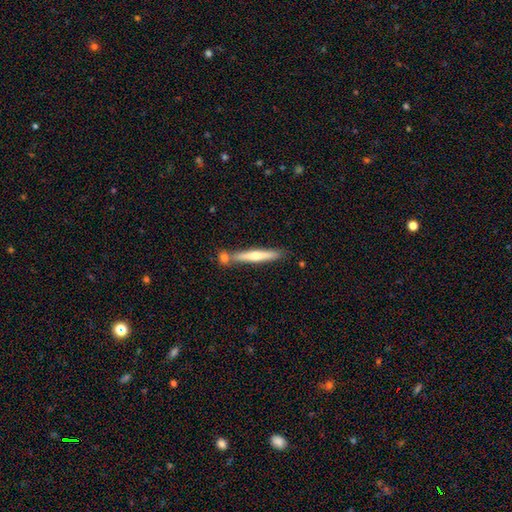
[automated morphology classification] Smooth or featured? Predicted: smooth (p=0.51). How rounded? Predicted: cigar-shaped (p=0.94). Merging? Predicted: none (p=0.71).